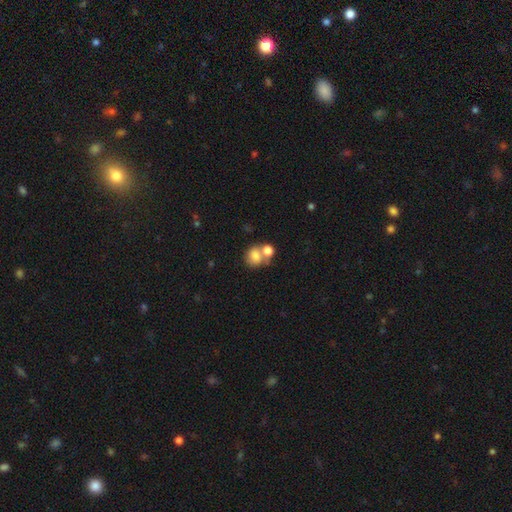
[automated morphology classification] A smooth galaxy with no disk features (78%) that is round (65%). Merging: merger (49%).